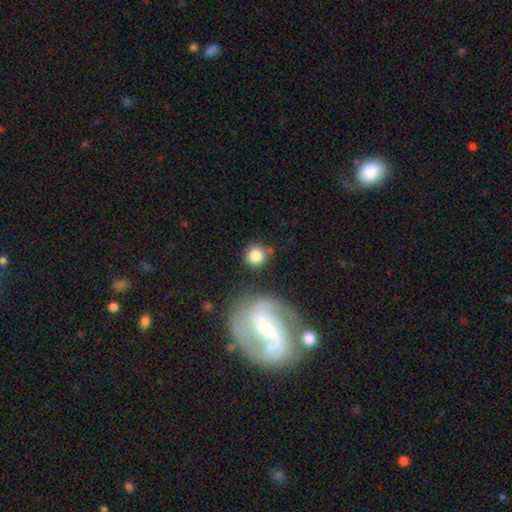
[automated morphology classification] This appears to be a smooth galaxy with no disk features (81%) that is round (91%). Merging: none (75%).